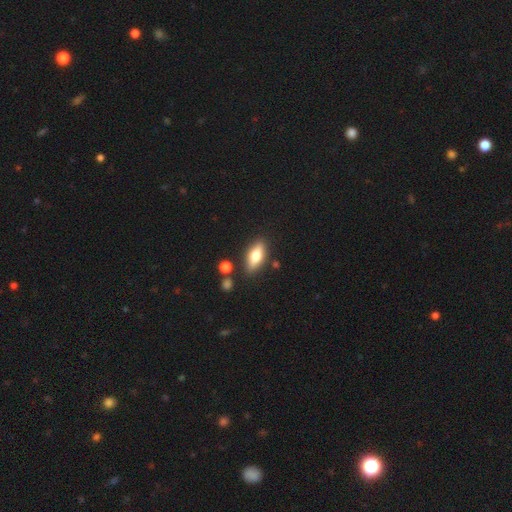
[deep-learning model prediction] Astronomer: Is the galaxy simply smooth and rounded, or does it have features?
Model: smooth — 61%.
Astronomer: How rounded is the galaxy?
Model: in between — 71%.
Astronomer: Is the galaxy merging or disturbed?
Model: none — 83%.